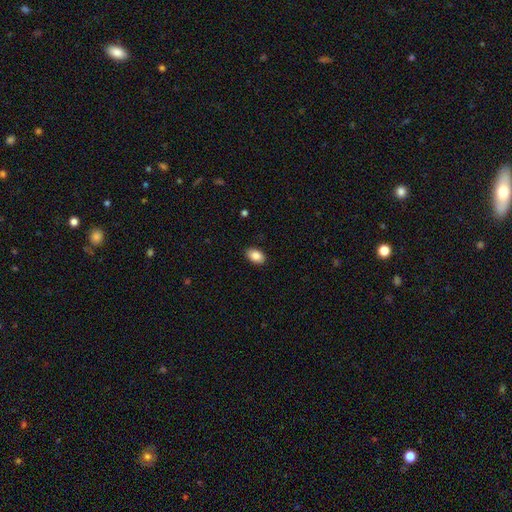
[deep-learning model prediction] This appears to be a smooth galaxy with no disk features (87%) that is in between round and cigar-shaped (89%). Merging: none (88%).